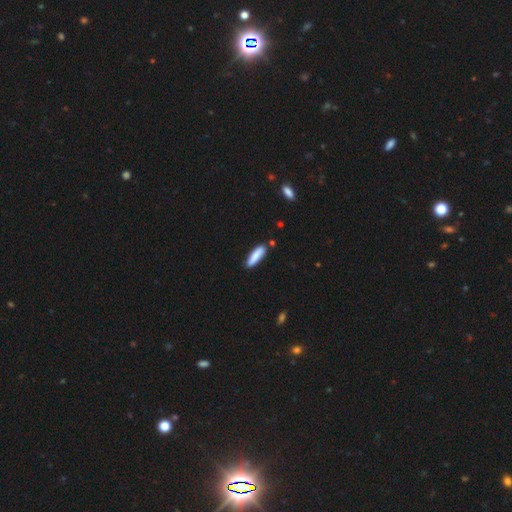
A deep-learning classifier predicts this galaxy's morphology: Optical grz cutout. It shows a smooth galaxy with no disk features (84%) that is cigar-shaped (63%). Merging: none (82%).